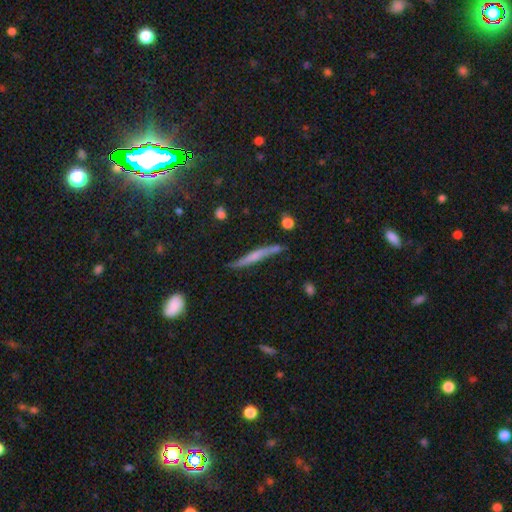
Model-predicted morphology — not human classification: Overall: featured or disk (53%; smooth 38%). Edge-on disk: yes (90%). Merging: none (74%).